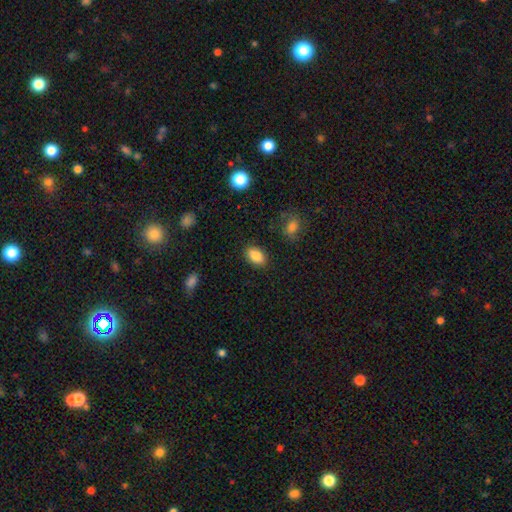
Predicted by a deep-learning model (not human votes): A smooth galaxy with no disk features (86%) that is in between round and cigar-shaped (89%).

Vote fractions:
- Smooth or featured? smooth: 86% / star or artifact: 8% / featured or disk: 5%
- How rounded? in between: 89% / round: 9% / cigar-shaped: 2%
- Merging? none: 87% / minor disturbance: 9% / major disturbance: 3% / merger: 1%